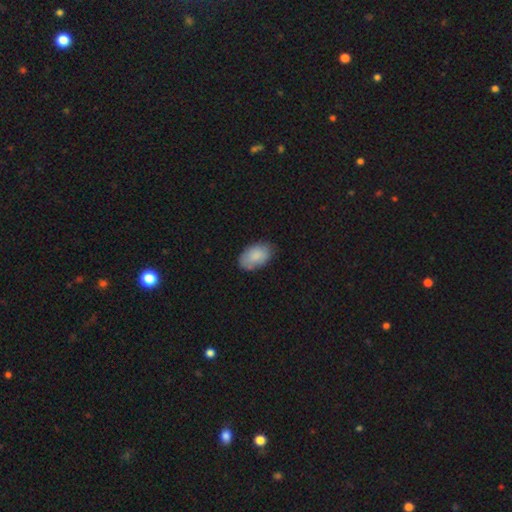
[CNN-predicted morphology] The model was most divided on "merging": none: 77%, minor disturbance: 18%, major disturbance: 4%, merger: 1%. More confident: how rounded — in between (92%); smooth or featured — smooth (84%).